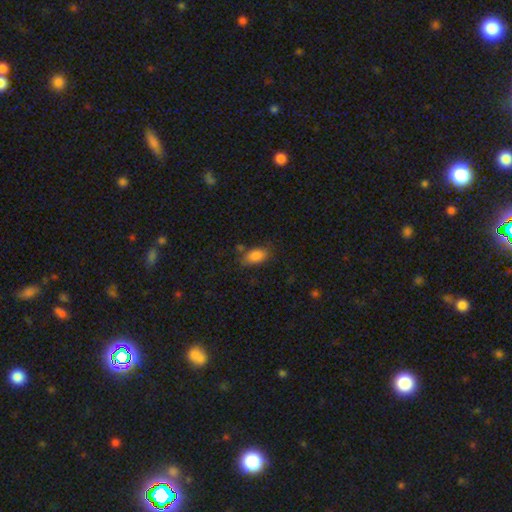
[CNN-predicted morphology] Smooth or featured? smooth (85%)
How rounded? in between (89%)
Merging? none (66%)